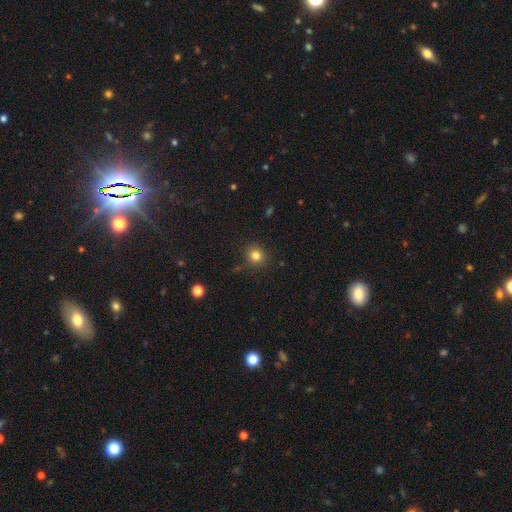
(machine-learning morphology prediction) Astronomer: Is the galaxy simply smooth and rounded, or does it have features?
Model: smooth — 81%.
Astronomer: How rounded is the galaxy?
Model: round — 88%.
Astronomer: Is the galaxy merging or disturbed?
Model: none — 87%.